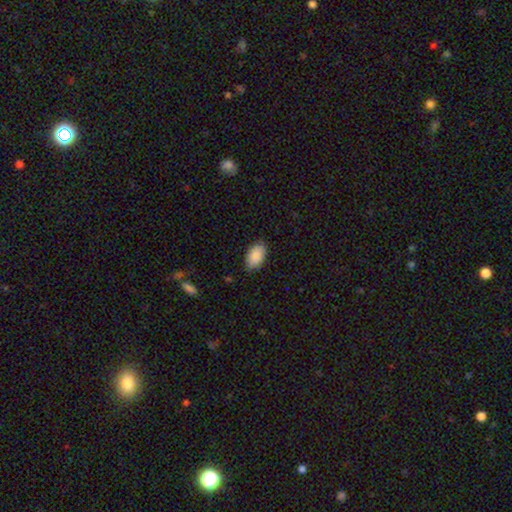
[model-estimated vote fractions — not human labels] The model was most divided on "merging": none: 83%, minor disturbance: 13%, major disturbance: 2%, merger: 1%. More confident: how rounded — in between (94%); smooth or featured — smooth (89%).